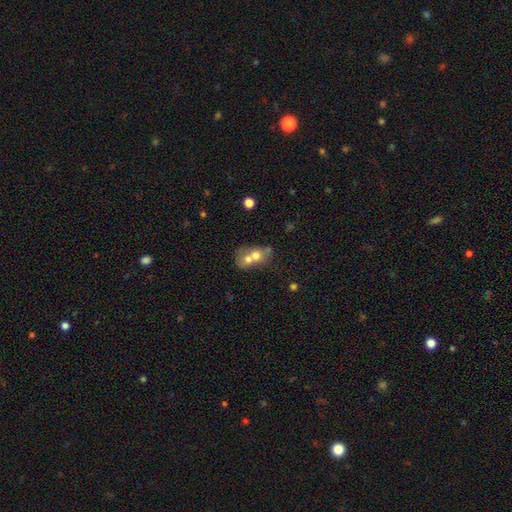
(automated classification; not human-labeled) A smooth galaxy with no disk features (65%) that is round (55%). Merging: merger (71%).